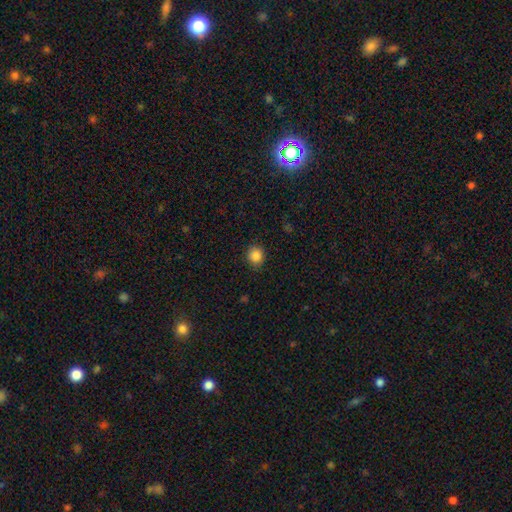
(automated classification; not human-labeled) Overall: smooth (86%). How rounded: round (83%). Merging: none (86%).